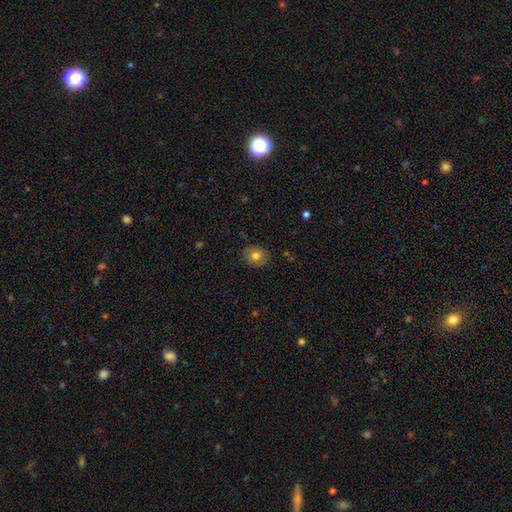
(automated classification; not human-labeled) Smooth or featured?
  - smooth: 73% *
  - featured or disk: 18%
  - star or artifact: 9%
How rounded?
  - round: 70% *
  - in between: 29%
  - cigar-shaped: 1%
Merging?
  - none: 84% *
  - minor disturbance: 12%
  - major disturbance: 3%
  - merger: 1%